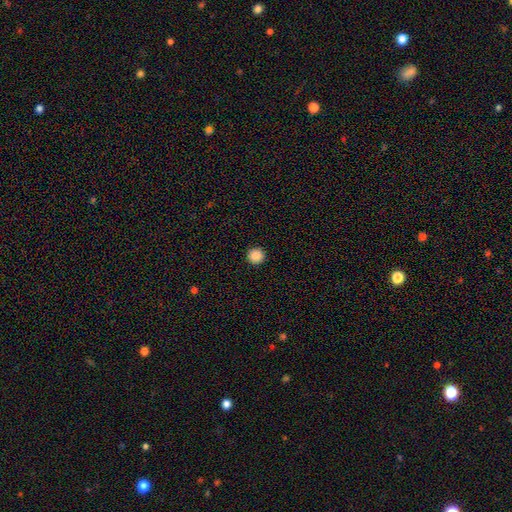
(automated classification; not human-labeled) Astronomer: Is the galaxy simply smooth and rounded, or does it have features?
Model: smooth — 88%.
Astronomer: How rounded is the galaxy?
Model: round — 96%.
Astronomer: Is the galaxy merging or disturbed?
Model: none — 93%.